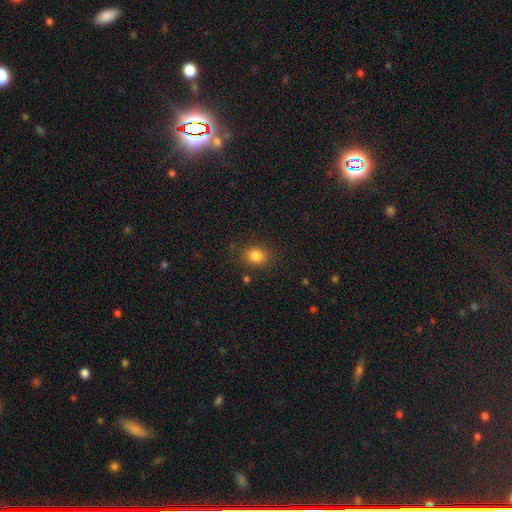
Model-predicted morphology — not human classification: smooth-or-featured: smooth: 83% | star or artifact: 12% | featured or disk: 6%
  how-rounded: round: 55% | in between: 44% | cigar-shaped: 1%
  merging: none: 83% | minor disturbance: 11% | major disturbance: 4% | merger: 2%